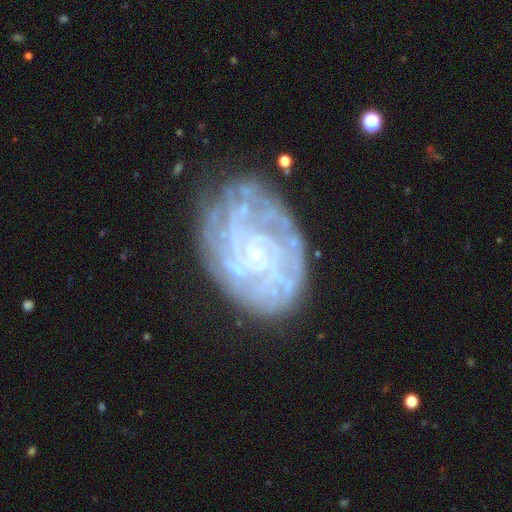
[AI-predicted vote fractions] This appears to be a featured or disk galaxy (84%) with no bar (75%), tight (76%) spiral arms (92%) and a small central bulge (85%). Merging: none (72%).